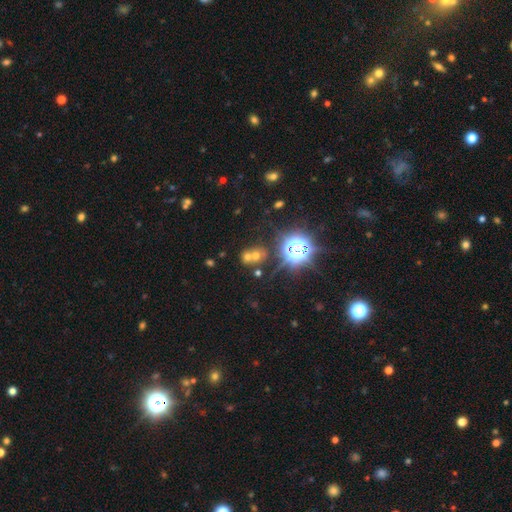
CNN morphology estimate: type=smooth (45%); merging=merger (49%).